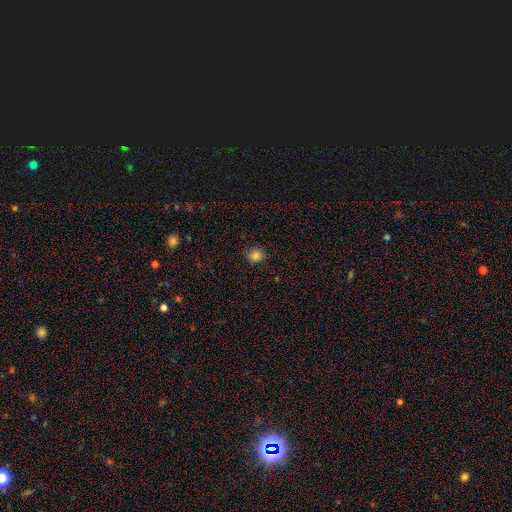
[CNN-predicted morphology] Smooth or featured? Predicted: smooth (p=0.83). How rounded? Predicted: round (p=0.85). Merging? Predicted: none (p=0.85).